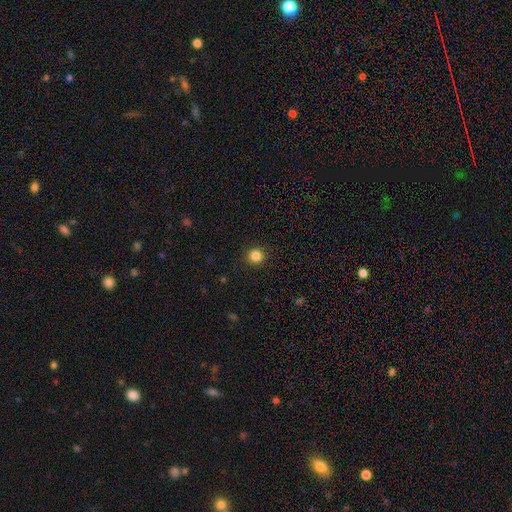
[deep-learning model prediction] Smooth or featured? Predicted: smooth (p=0.85). How rounded? Predicted: round (p=0.93). Merging? Predicted: none (p=0.91).